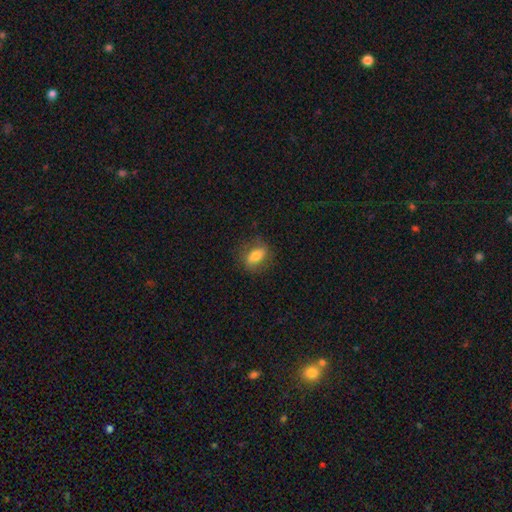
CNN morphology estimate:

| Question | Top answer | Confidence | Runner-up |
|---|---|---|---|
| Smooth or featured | smooth | 68% | featured or disk (24%) |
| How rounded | in between | 76% | round (13%) |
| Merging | none | 77% | minor disturbance (16%) |